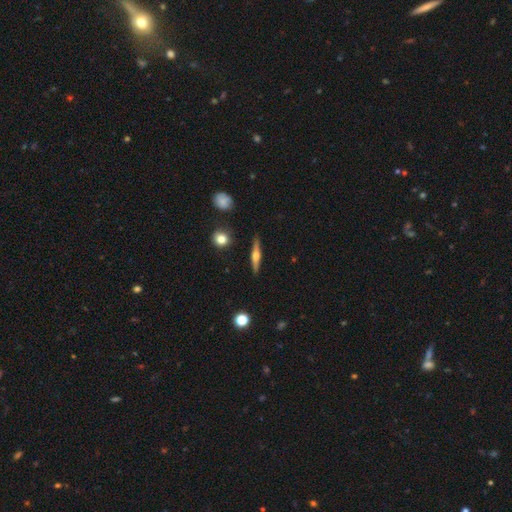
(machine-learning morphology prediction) Smooth or featured? featured or disk (65%)
Edge-on disk? yes (97%)
Edge-on bulge? rounded (90%)
Merging? none (89%)